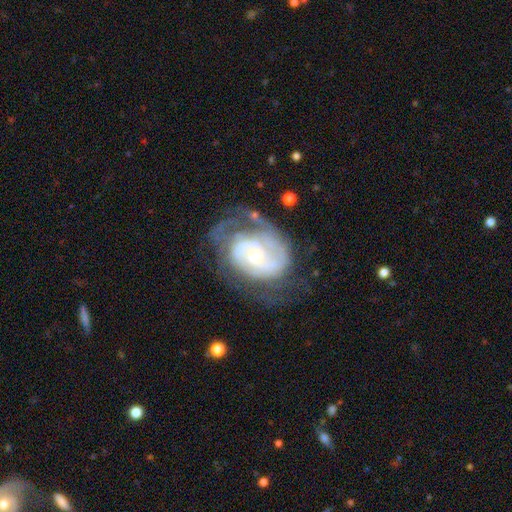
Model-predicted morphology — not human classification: A featured or disk galaxy (85%) with no bar (63%), 2 (46%) tight (55%) spiral arms (92%) and a small central bulge (55%). Merging: none (52%).